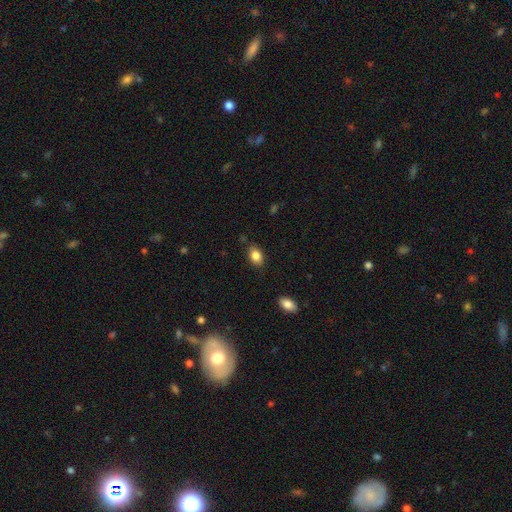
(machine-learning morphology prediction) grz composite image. It shows a smooth galaxy with no disk features (85%) that is in between round and cigar-shaped (84%). Merging: none (82%).